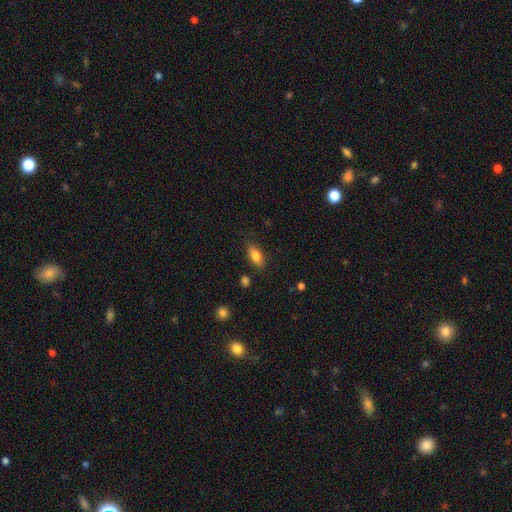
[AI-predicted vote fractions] This appears to be a smooth galaxy with no disk features (81%) that is in between round and cigar-shaped (87%). Merging: none (83%).